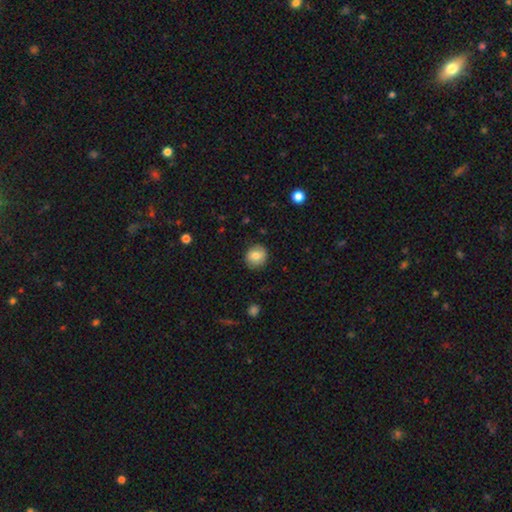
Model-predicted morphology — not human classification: The model was most divided on "how rounded": round: 84%, in between: 15%, cigar-shaped: 1%. More confident: merging — none (87%); smooth or featured — smooth (81%).